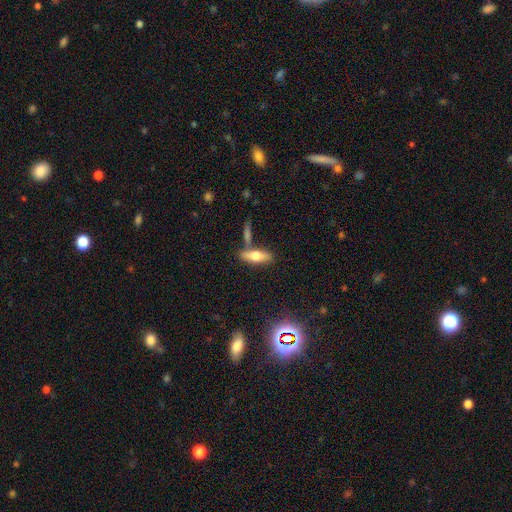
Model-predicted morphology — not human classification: A smooth galaxy with no disk features (58%) that is in between round and cigar-shaped (51%).

Vote fractions:
- Smooth or featured? smooth: 58% / featured or disk: 34% / star or artifact: 8%
- How rounded? in between: 51% / cigar-shaped: 46% / round: 3%
- Merging? none: 65% / merger: 19% / minor disturbance: 13% / major disturbance: 4%